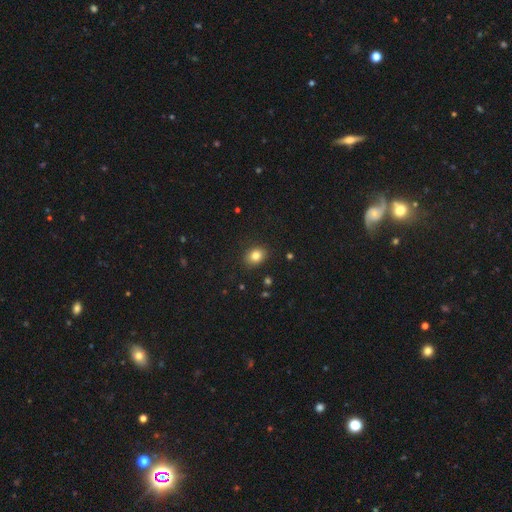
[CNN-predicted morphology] Smooth or featured? Predicted: smooth (p=0.83). How rounded? Predicted: in between (p=0.55). Merging? Predicted: none (p=0.88).